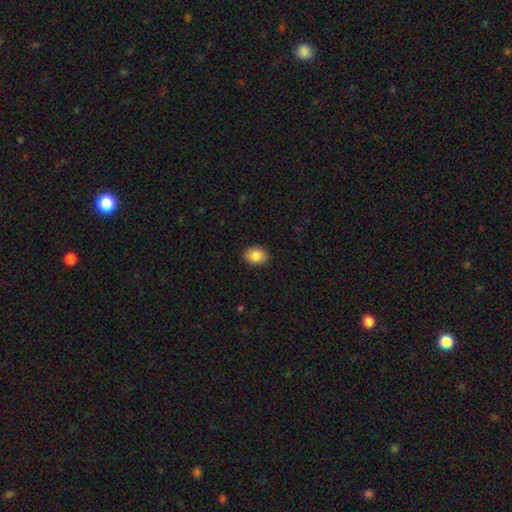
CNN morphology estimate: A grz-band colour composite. It shows a smooth galaxy with no disk features (86%) that is in between round and cigar-shaped (64%). Merging: none (89%).